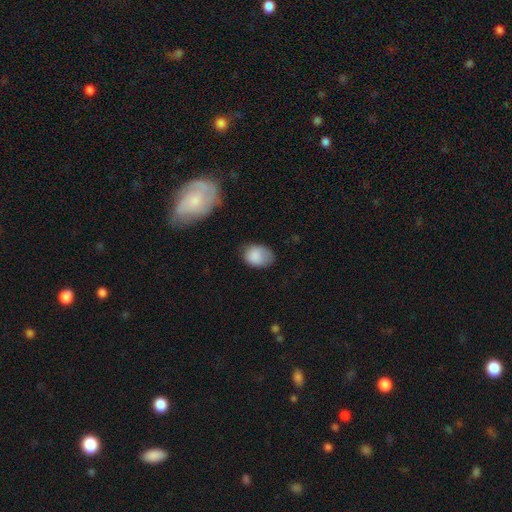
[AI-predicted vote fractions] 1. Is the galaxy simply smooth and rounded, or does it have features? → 85% smooth, 8% star or artifact, 7% featured or disk.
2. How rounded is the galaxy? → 72% in between, 27% round, 1% cigar-shaped.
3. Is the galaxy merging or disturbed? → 59% none, 30% minor disturbance, 8% major disturbance, 2% merger.